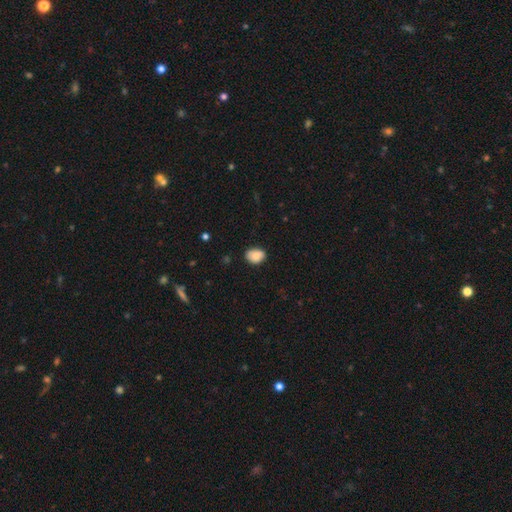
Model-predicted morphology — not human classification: This appears to be a smooth galaxy with no disk features (86%) that is in between round and cigar-shaped (70%). Merging: none (78%).